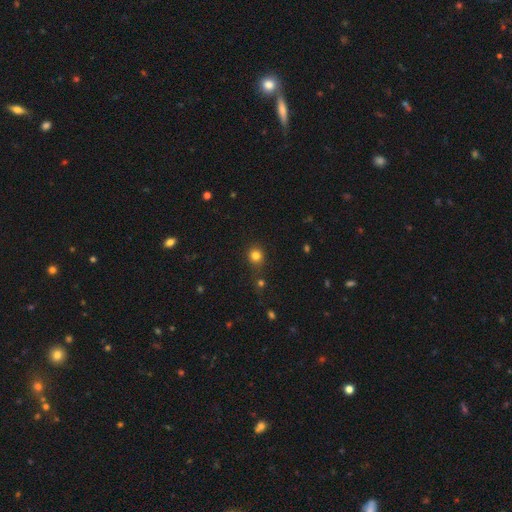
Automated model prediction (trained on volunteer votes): The model was most divided on "merging": none: 77%, minor disturbance: 12%, merger: 7%, major disturbance: 4%. More confident: how rounded — round (89%); smooth or featured — smooth (80%).